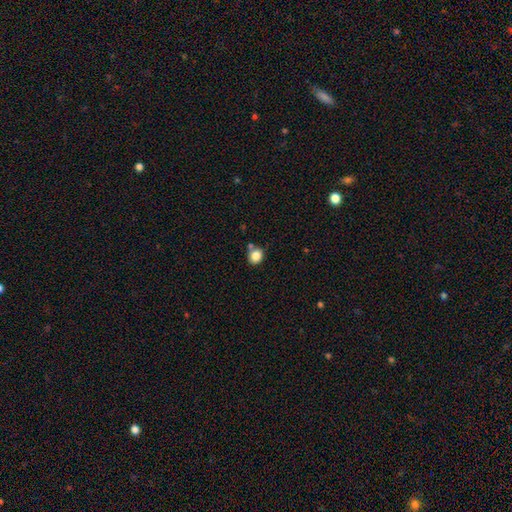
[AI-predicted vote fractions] smooth-or-featured: smooth: 85% | star or artifact: 10% | featured or disk: 5%
  how-rounded: round: 72% | in between: 27% | cigar-shaped: 1%
  merging: none: 69% | minor disturbance: 15% | merger: 13% | major disturbance: 4%